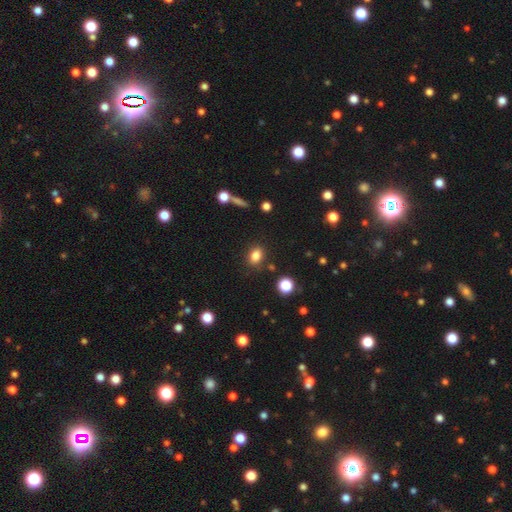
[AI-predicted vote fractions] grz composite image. It shows a smooth galaxy with no disk features (83%) that is in between round and cigar-shaped (69%). Merging: none (83%).